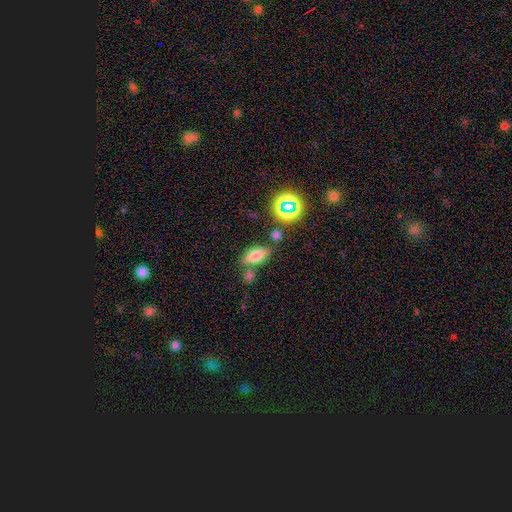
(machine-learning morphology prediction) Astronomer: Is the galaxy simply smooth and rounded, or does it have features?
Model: smooth — 72%.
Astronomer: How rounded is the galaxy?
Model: in between — 79%.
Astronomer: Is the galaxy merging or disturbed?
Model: none — 69%.